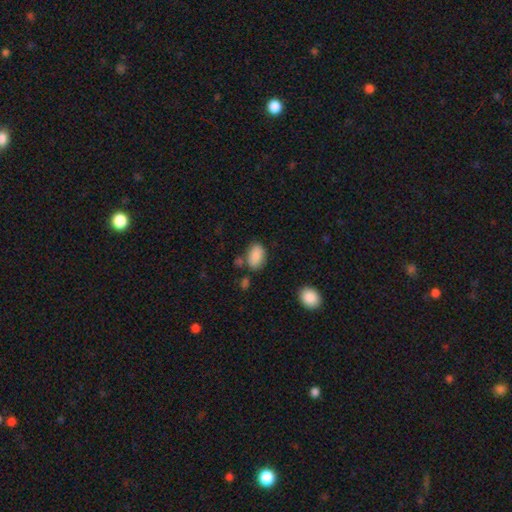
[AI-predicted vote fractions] This is clearly a smooth galaxy (88%). How rounded: clearly in between (89%). Merging: likely none (70%).